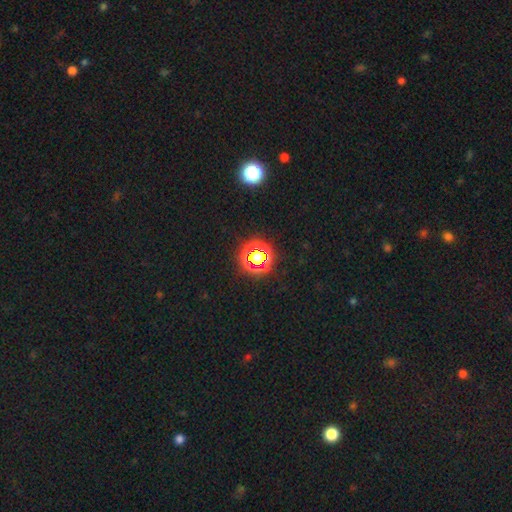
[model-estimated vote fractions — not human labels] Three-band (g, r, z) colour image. It shows a star or artifact, not a galaxy (65%).